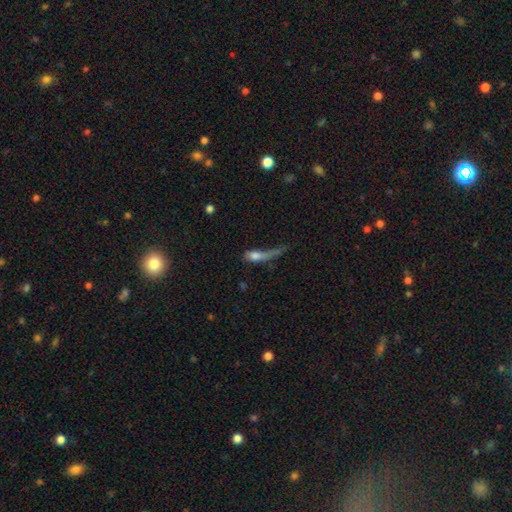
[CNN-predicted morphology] Q: Smooth or featured?
A: smooth (65%); runner-up: featured or disk (24%)
Q: How rounded?
A: in between (53%); runner-up: cigar-shaped (37%)
Q: Merging?
A: major disturbance (53%); runner-up: minor disturbance (19%)